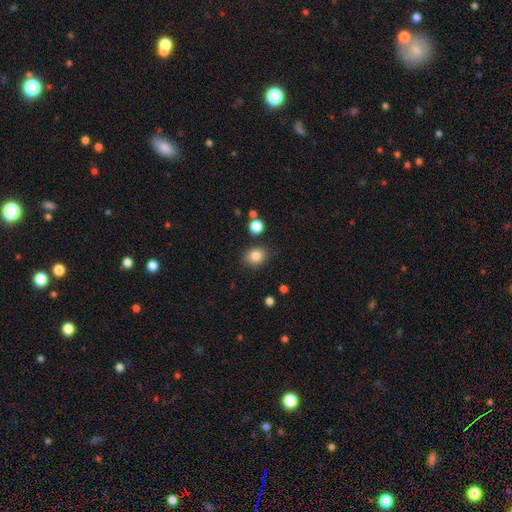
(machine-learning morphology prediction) This is clearly a smooth galaxy (84%). How rounded: likely round (61%). Merging: clearly none (82%).